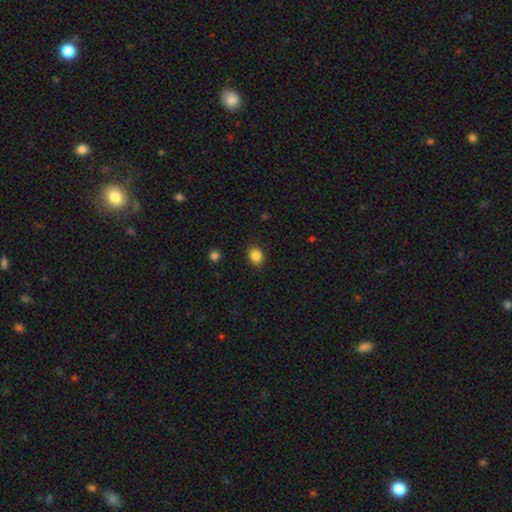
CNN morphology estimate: type=smooth (86%); roundness=round (59%); merging=none (87%).